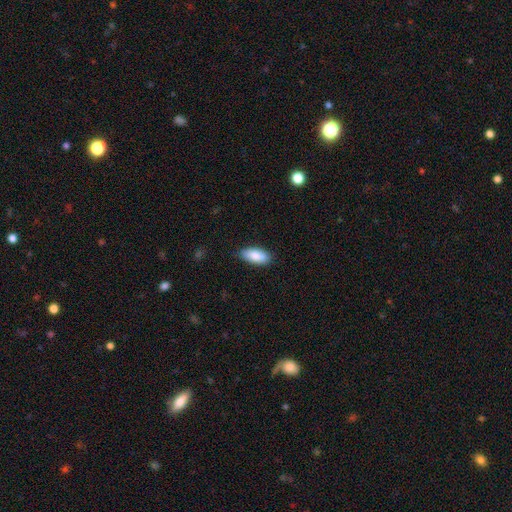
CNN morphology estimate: Q: Smooth or featured?
A: smooth (87%); runner-up: featured or disk (7%)
Q: How rounded?
A: in between (88%); runner-up: cigar-shaped (10%)
Q: Merging?
A: none (84%); runner-up: minor disturbance (13%)